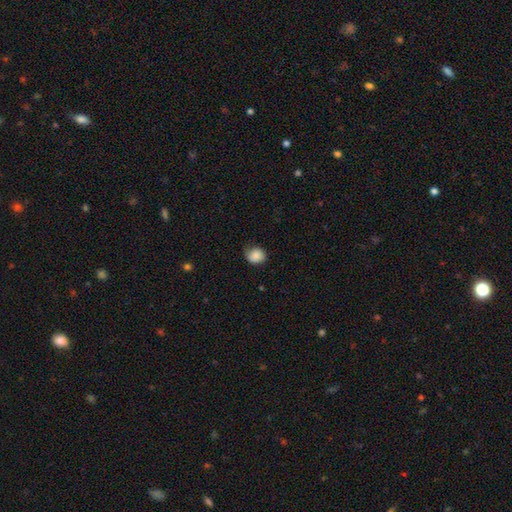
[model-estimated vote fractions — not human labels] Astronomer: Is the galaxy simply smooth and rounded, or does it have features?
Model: smooth — 85%.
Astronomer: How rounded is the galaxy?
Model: round — 71%.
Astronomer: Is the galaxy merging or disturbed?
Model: none — 67%.